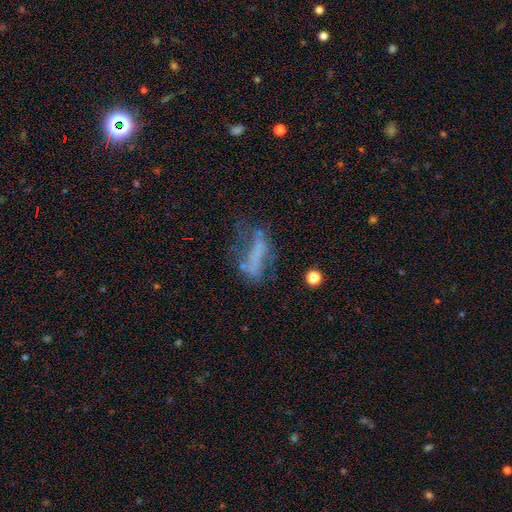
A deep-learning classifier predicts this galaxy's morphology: Overall: featured or disk (42%; smooth 40%). Merging: major disturbance (39%; none 30%).